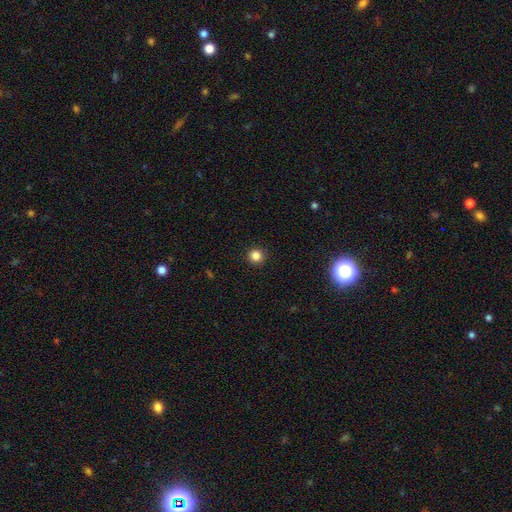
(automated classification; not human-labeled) This appears to be a smooth galaxy with no disk features (84%) that is round (95%). Merging: none (92%).